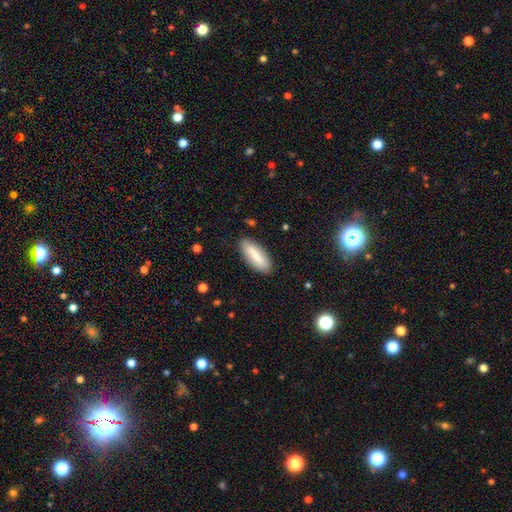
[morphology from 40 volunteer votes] This appears to be a smooth galaxy with no disk features (78%) that is in between round and cigar-shaped (61%). Merging: none (92%).